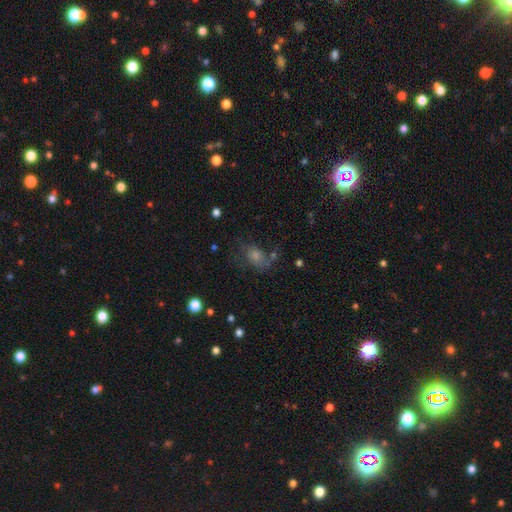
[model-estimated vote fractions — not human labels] The model was most divided on "smooth or featured": smooth: 39%, star or artifact: 32%, featured or disk: 28%. More confident: merging — none (57%).